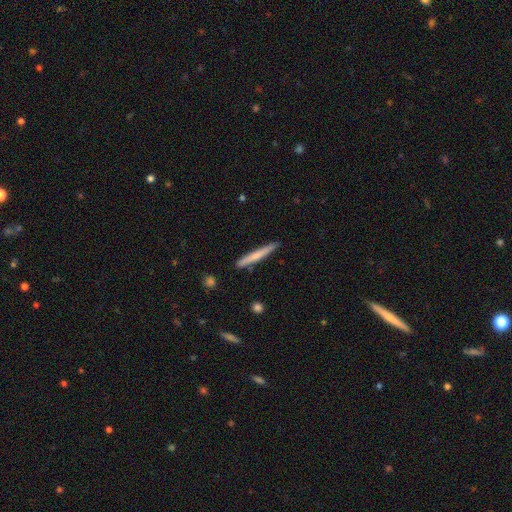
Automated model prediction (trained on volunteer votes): Overall: smooth (62%; featured or disk 33%). How rounded: cigar-shaped (96%). Merging: none (88%).